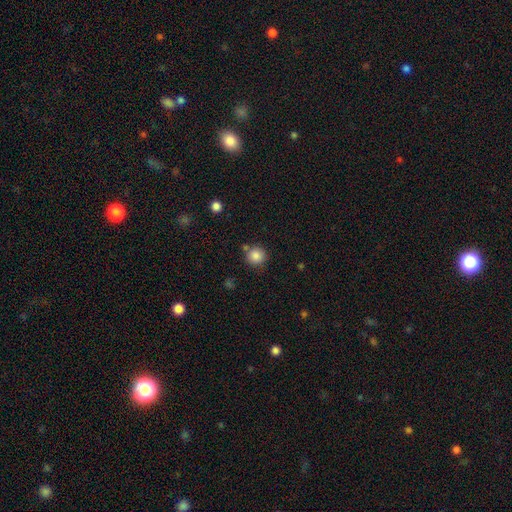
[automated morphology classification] Smooth or featured? Predicted: smooth (p=0.85). How rounded? Predicted: round (p=0.93). Merging? Predicted: none (p=0.79).